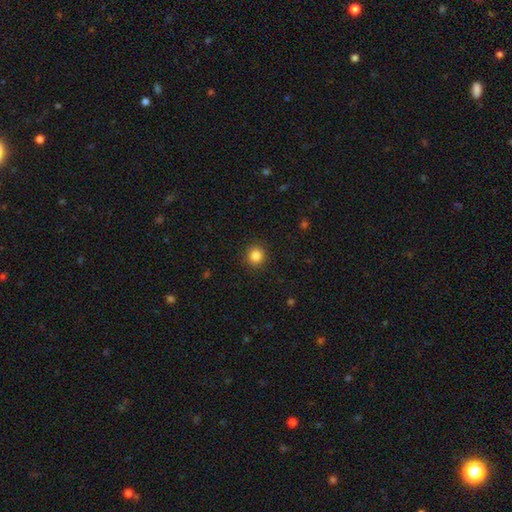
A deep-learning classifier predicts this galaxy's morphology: This appears to be a smooth galaxy with no disk features (85%) that is round (92%). Merging: none (91%).